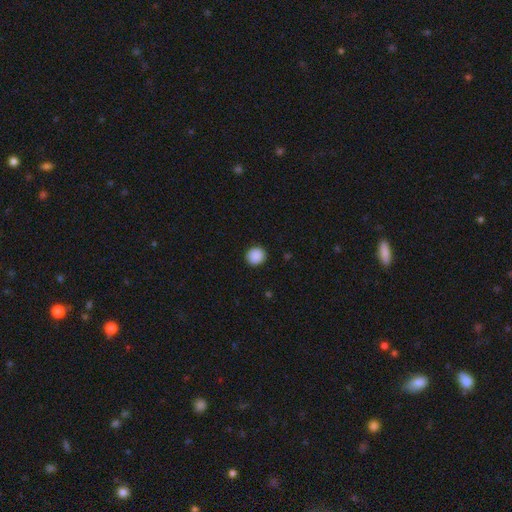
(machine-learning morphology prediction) Overall: smooth (89%). How rounded: round (90%). Merging: none (92%).